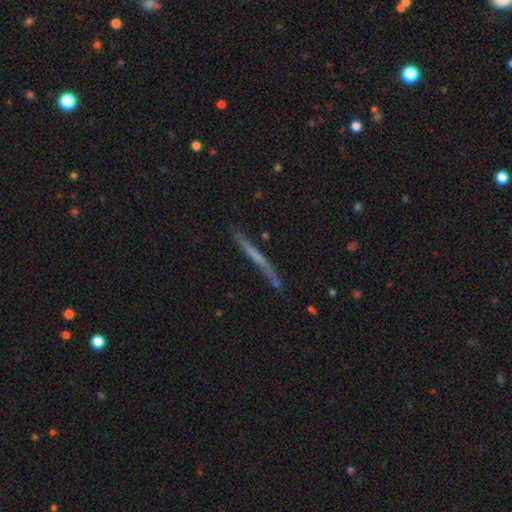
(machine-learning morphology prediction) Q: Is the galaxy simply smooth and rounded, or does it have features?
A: smooth — 47%.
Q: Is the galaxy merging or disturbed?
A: none — 77%.